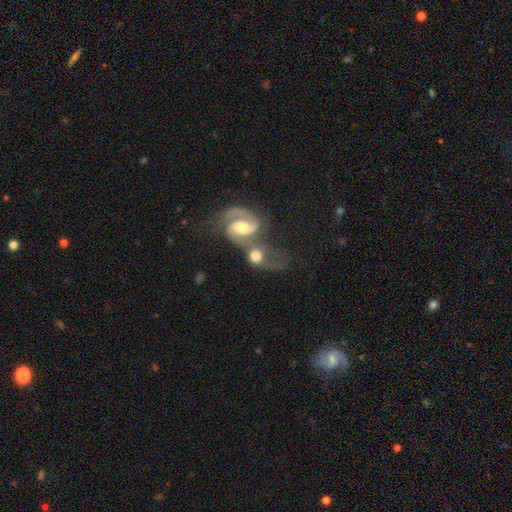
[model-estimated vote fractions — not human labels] A featured or disk galaxy (62%) with no bar (44%), 2 (86%) medium (51%) spiral arms (89%) and a moderate central bulge (58%).

Vote fractions:
- Smooth or featured? featured or disk: 62% / smooth: 31% / star or artifact: 7%
- Edge-on disk? no: 96% / yes: 4%
- Bar? no: 44% / weak: 41% / strong: 15%
- Spiral arms? yes: 89% / no: 11%
- Spiral winding? medium: 51% / loose: 30% / tight: 19%
- Spiral arm count? 2: 86% / 1: 6% / can't tell: 5% / 3: 1% / 4: 1% / more than 4: 1%
- Bulge size? moderate: 58% / large: 19% / small: 18% / none: 3% / dominant: 2%
- Merging? merger: 60% / none: 21% / major disturbance: 9% / minor disturbance: 9%